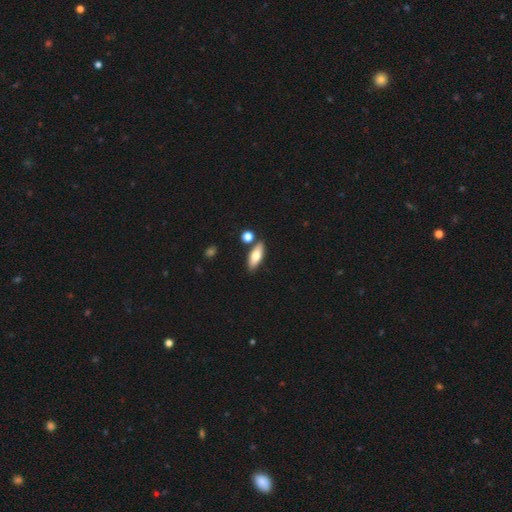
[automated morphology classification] Smooth or featured: smooth — 71% (featured or disk — 22%)
How rounded: in between — 67% (cigar-shaped — 29%)
Merging: none — 79% (minor disturbance — 11%)